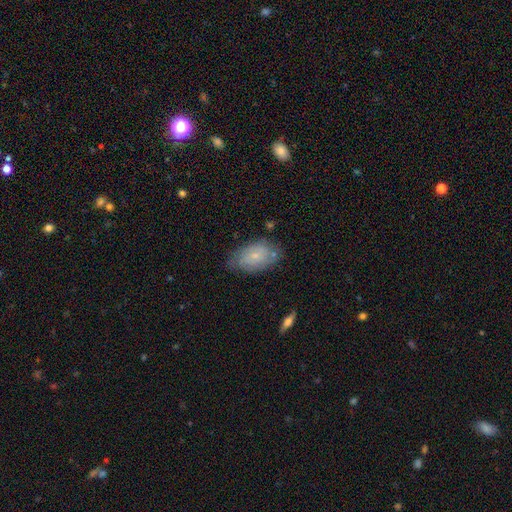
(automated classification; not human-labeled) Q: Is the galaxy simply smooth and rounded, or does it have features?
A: smooth — 51%.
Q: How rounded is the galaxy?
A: in between — 89%.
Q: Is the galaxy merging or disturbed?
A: none — 65%.